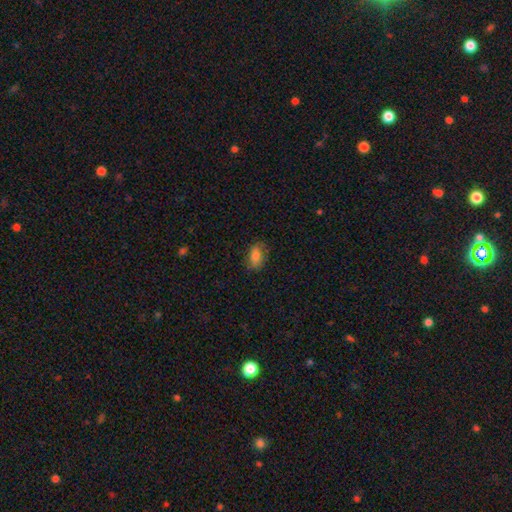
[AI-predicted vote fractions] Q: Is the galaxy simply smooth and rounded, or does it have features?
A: smooth — 79%.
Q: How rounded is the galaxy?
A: in between — 88%.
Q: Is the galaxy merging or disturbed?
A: none — 74%.